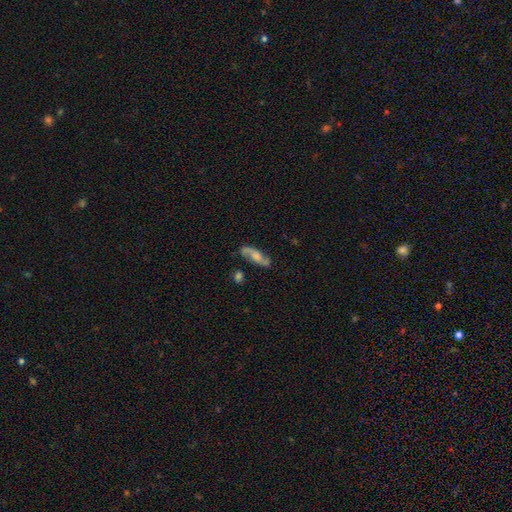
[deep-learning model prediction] Smooth or featured: featured or disk — 66% (smooth — 27%)
Edge-on disk: no — 85% (yes — 15%)
Bar: no — 56% (weak — 35%)
Spiral arms: yes — 92% (no — 8%)
Spiral winding: loose — 53% (medium — 35%)
Spiral arm count: 2 — 90% (can't tell — 5%)
Bulge size: moderate — 41% (large — 21%)
Merging: none — 74% (minor disturbance — 17%)